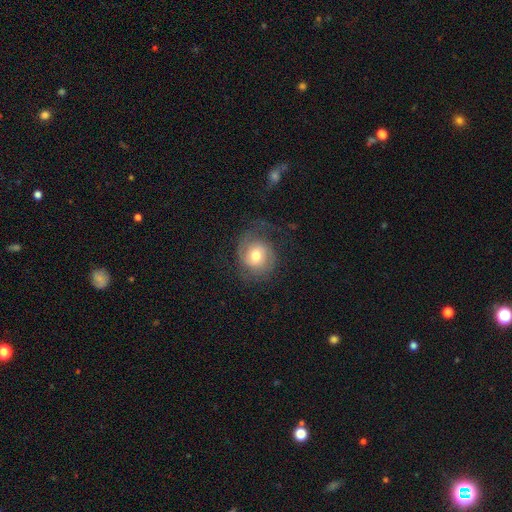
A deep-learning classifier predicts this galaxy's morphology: featured or disk 55%, smooth 37%, star or artifact 8%. Down the decision tree: edge-on disk — no (97%); bar — no (63%); spiral arms — yes (82%); bulge size — moderate (73%); merging — none (58%).